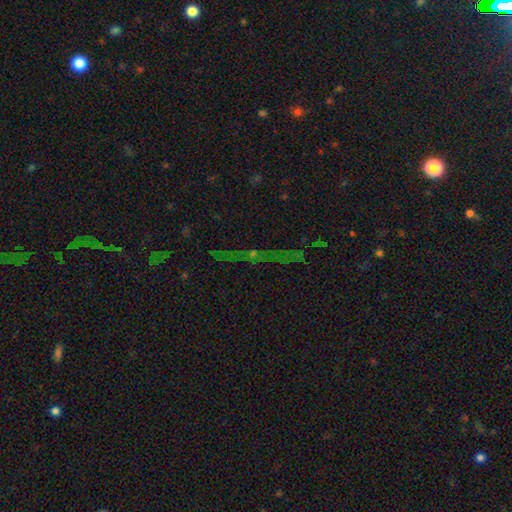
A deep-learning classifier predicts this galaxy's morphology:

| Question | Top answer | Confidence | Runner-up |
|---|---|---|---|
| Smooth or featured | star or artifact | 76% | smooth (12%) |